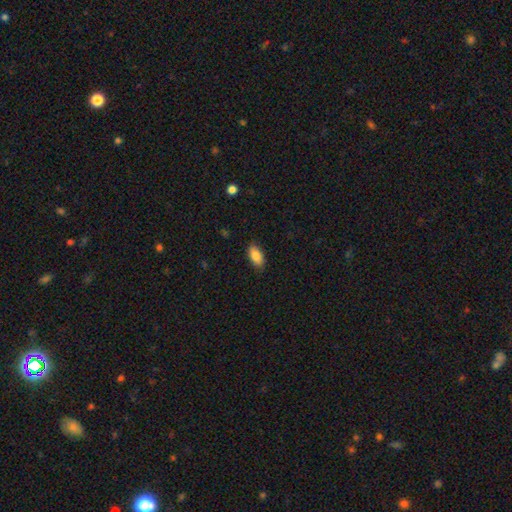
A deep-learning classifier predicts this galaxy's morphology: Q: Smooth or featured?
A: smooth (86%); runner-up: featured or disk (7%)
Q: How rounded?
A: in between (91%); runner-up: cigar-shaped (6%)
Q: Merging?
A: none (87%); runner-up: minor disturbance (10%)